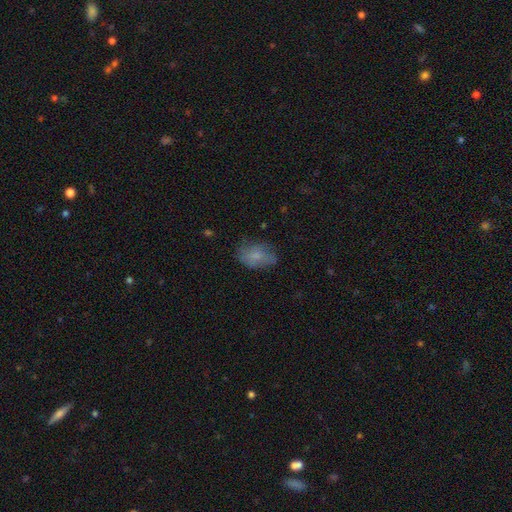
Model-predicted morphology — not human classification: type=smooth (73%); roundness=in between (84%); merging=none (62%).